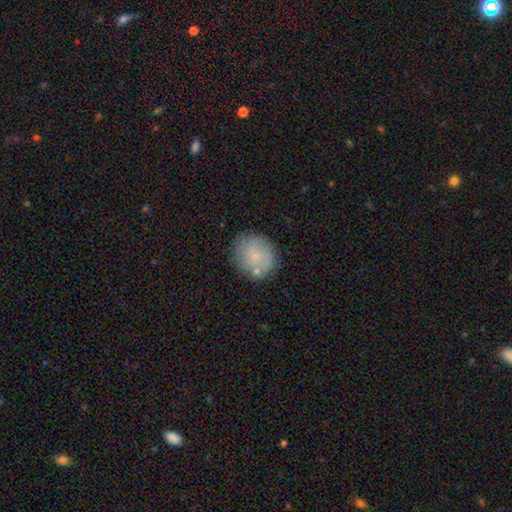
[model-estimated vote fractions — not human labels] A smooth galaxy with no disk features (65%) that is round (80%).

Vote fractions:
- Smooth or featured? smooth: 65% / featured or disk: 27% / star or artifact: 8%
- How rounded? round: 80% / in between: 19% / cigar-shaped: 1%
- Merging? none: 72% / minor disturbance: 17% / merger: 6% / major disturbance: 5%